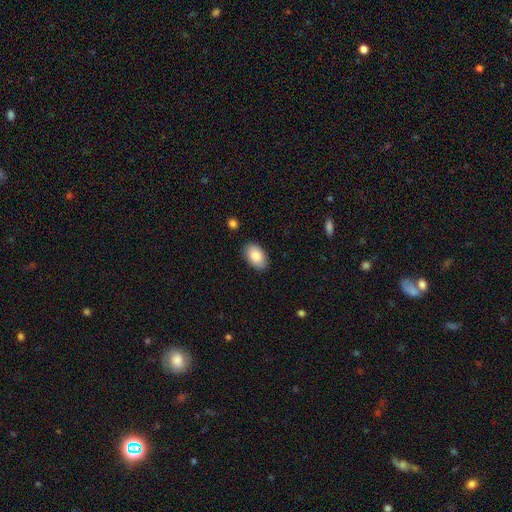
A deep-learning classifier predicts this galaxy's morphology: Overall: smooth (87%). How rounded: in between (93%). Merging: none (87%).